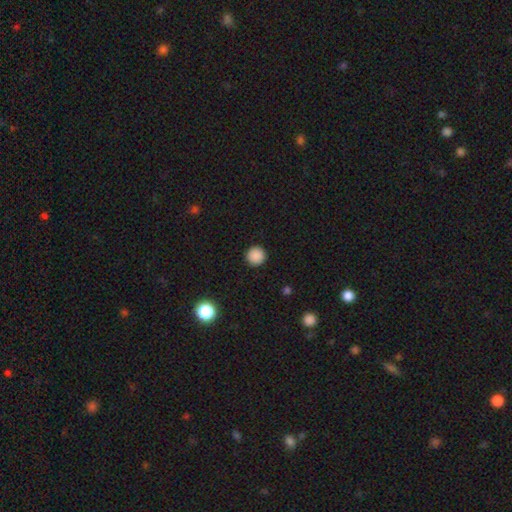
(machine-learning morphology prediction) Smooth or featured? Predicted: smooth (p=0.88). How rounded? Predicted: round (p=0.96). Merging? Predicted: none (p=0.93).